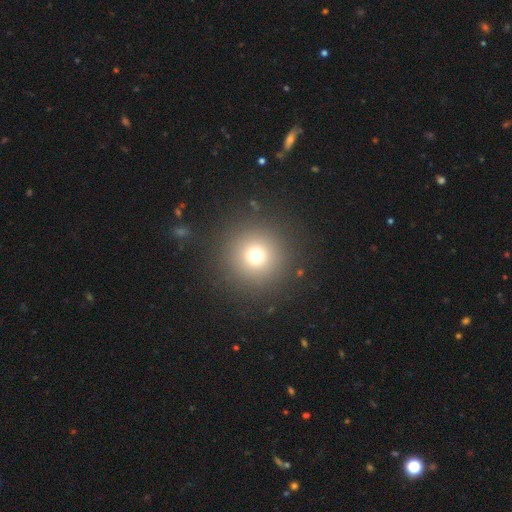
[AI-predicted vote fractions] This is likely a smooth galaxy (71%). How rounded: clearly round (96%). Merging: clearly none (89%).